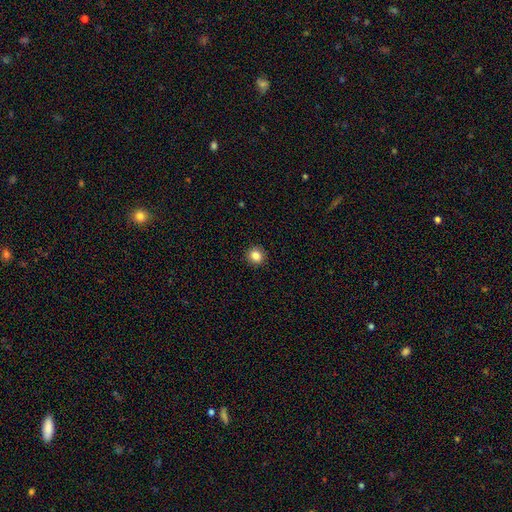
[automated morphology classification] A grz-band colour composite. It shows a smooth galaxy with no disk features (84%) that is round (92%). Merging: none (93%).